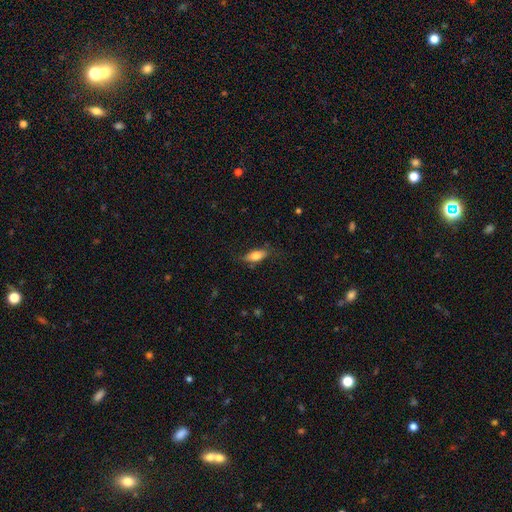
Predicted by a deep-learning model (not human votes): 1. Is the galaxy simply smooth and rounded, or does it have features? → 73% smooth, 20% featured or disk, 7% star or artifact.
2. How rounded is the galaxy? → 75% in between, 22% cigar-shaped, 3% round.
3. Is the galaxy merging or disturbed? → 73% none, 20% minor disturbance, 6% major disturbance, 1% merger.